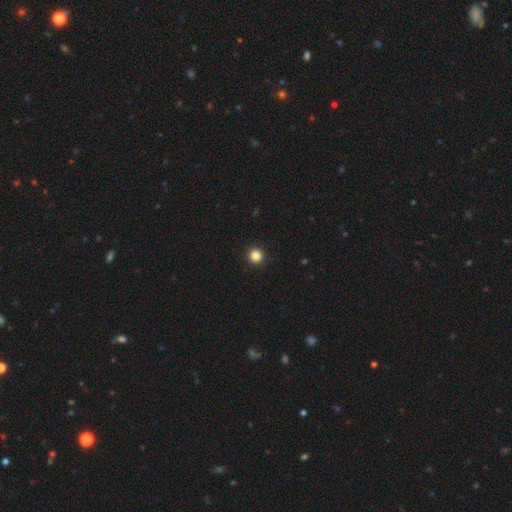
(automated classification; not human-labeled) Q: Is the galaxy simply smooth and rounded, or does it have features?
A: smooth — 84%.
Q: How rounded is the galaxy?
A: round — 96%.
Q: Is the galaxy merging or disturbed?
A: none — 94%.